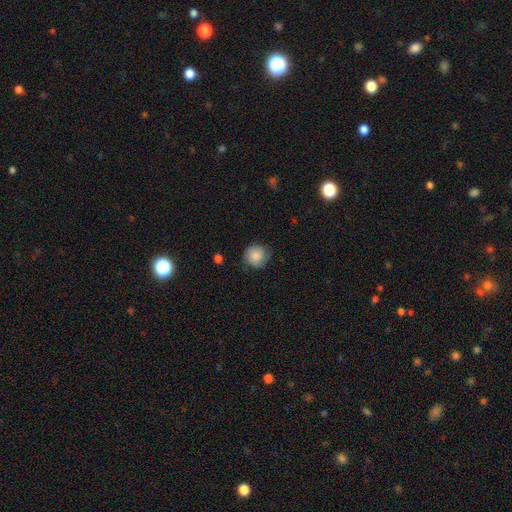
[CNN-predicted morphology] A smooth galaxy with no disk features (79%) that is round (89%).

Vote fractions:
- Smooth or featured? smooth: 79% / featured or disk: 13% / star or artifact: 8%
- How rounded? round: 89% / in between: 10% / cigar-shaped: 1%
- Merging? none: 74% / minor disturbance: 20% / major disturbance: 5% / merger: 1%